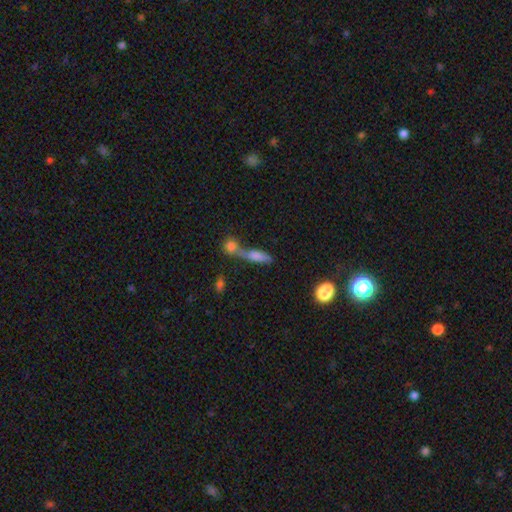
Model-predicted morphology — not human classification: smooth-or-featured: smooth: 64% | featured or disk: 23% | star or artifact: 13%
  how-rounded: cigar-shaped: 51% | in between: 42% | round: 8%
  merging: merger: 53% | none: 31% | minor disturbance: 9% | major disturbance: 7%